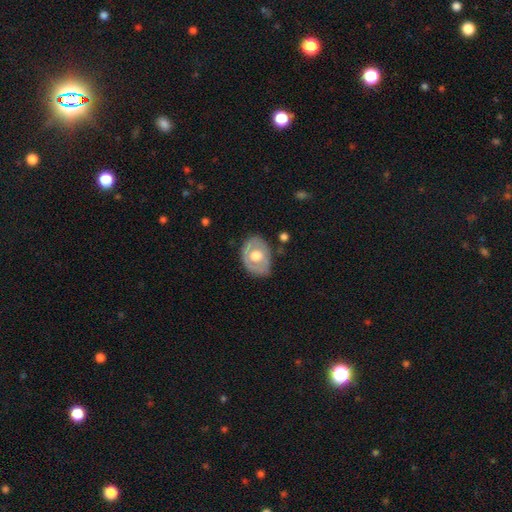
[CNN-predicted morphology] The model was most divided on "smooth or featured": featured or disk: 53%, smooth: 42%, star or artifact: 5%. More confident: edge-on disk — no (92%); merging — none (74%).